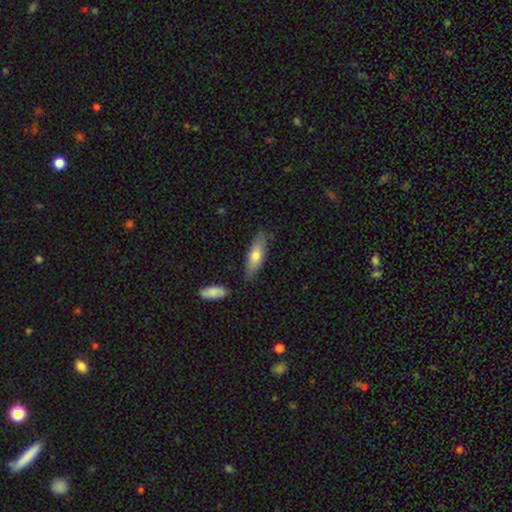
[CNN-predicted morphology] Smooth or featured?
  - smooth: 69% *
  - featured or disk: 25%
  - star or artifact: 6%
How rounded?
  - in between: 56% *
  - cigar-shaped: 42%
  - round: 2%
Merging?
  - none: 73% *
  - minor disturbance: 19%
  - major disturbance: 4%
  - merger: 4%